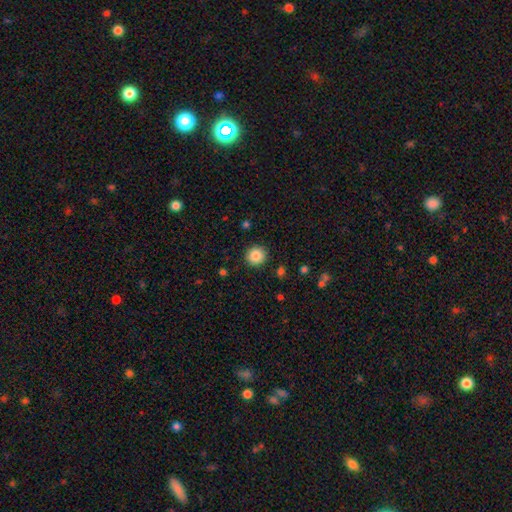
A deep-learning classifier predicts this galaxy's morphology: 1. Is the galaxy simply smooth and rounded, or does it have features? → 86% smooth, 9% star or artifact, 5% featured or disk.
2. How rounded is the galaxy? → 94% round, 5% in between, 1% cigar-shaped.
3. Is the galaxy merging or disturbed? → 91% none, 6% minor disturbance, 2% major disturbance, 1% merger.